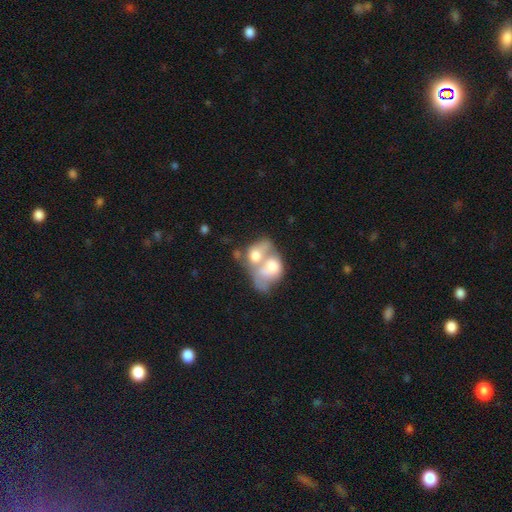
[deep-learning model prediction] smooth_or_featured: smooth (p=0.54) [alt: featured or disk p=0.37]
how_rounded: in between (p=0.68) [alt: round p=0.31]
merging: merger (p=0.80) [alt: major disturbance p=0.08]